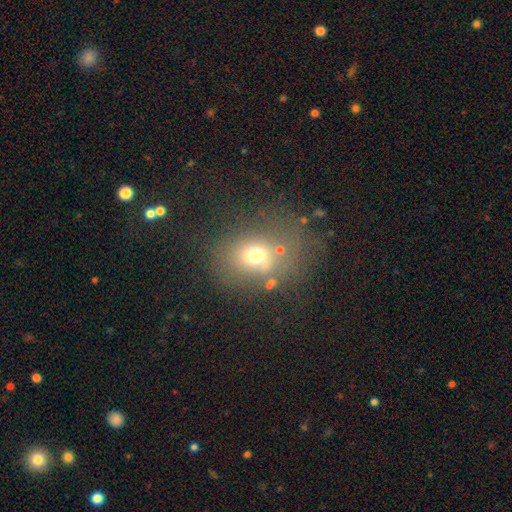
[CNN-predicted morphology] This appears to be a smooth galaxy with no disk features (64%) that is round (55%). Merging: none (52%).